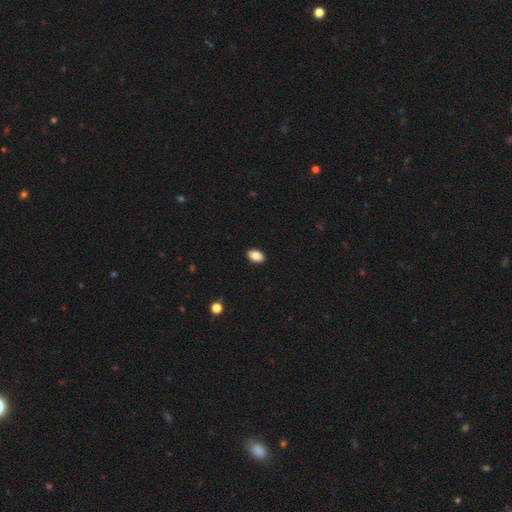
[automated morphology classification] type=smooth (86%); roundness=in between (91%); merging=none (91%).